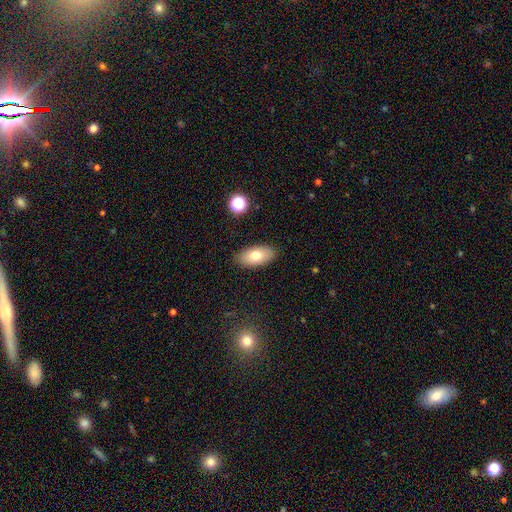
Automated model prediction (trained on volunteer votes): smooth_or_featured: smooth (p=0.73) [alt: featured or disk p=0.19]
how_rounded: in between (p=0.92) [alt: round p=0.04]
merging: none (p=0.87) [alt: minor disturbance p=0.09]